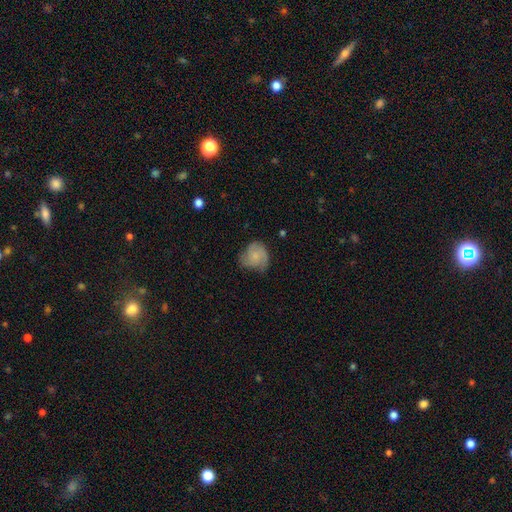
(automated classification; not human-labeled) This appears to be a smooth galaxy with no disk features (55%) that is round (66%). Merging: none (52%).